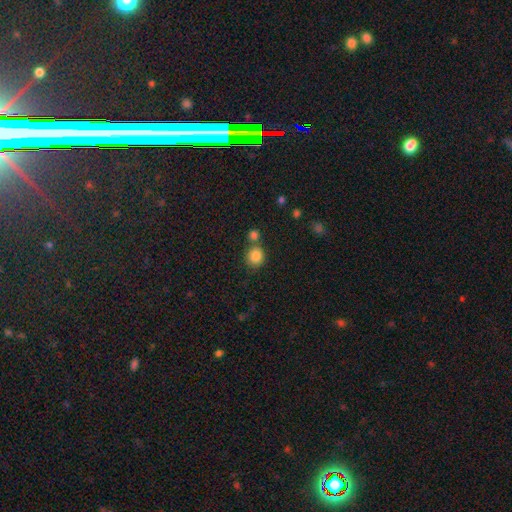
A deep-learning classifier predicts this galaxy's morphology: A smooth galaxy with no disk features (84%) that is round (85%).

Vote fractions:
- Smooth or featured? smooth: 84% / star or artifact: 10% / featured or disk: 5%
- How rounded? round: 85% / in between: 14% / cigar-shaped: 1%
- Merging? none: 64% / merger: 24% / minor disturbance: 9% / major disturbance: 3%